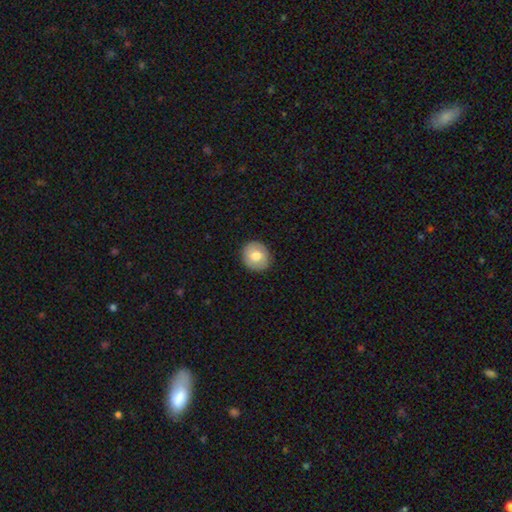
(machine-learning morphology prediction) Q: Smooth or featured?
A: smooth (73%); runner-up: featured or disk (19%)
Q: How rounded?
A: round (81%); runner-up: in between (19%)
Q: Merging?
A: none (89%); runner-up: minor disturbance (8%)